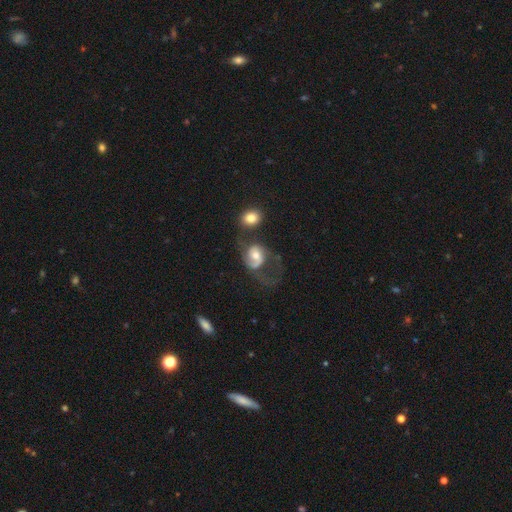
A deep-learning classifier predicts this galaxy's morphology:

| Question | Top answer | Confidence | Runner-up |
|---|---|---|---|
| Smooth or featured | featured or disk | 70% | smooth (23%) |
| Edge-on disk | no | 97% | yes (3%) |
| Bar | no | 61% | weak (32%) |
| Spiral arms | yes | 87% | no (13%) |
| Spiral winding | loose | 43% | medium (42%) |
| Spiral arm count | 2 | 67% | 1 (22%) |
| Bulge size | moderate | 64% | small (22%) |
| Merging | major disturbance | 36% | none (28%) |